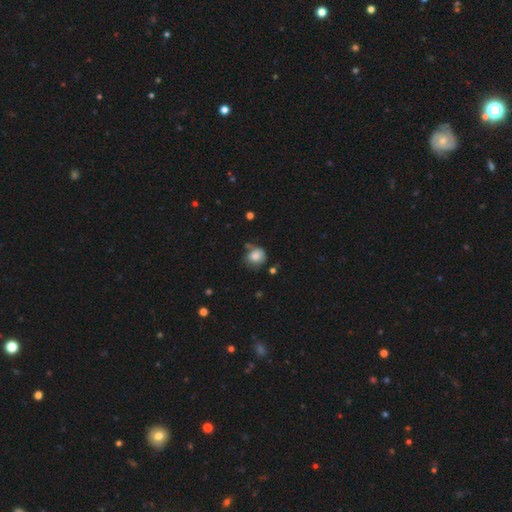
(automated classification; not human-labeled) Overall: smooth (80%). How rounded: round (71%). Merging: none (52%; minor disturbance 29%).